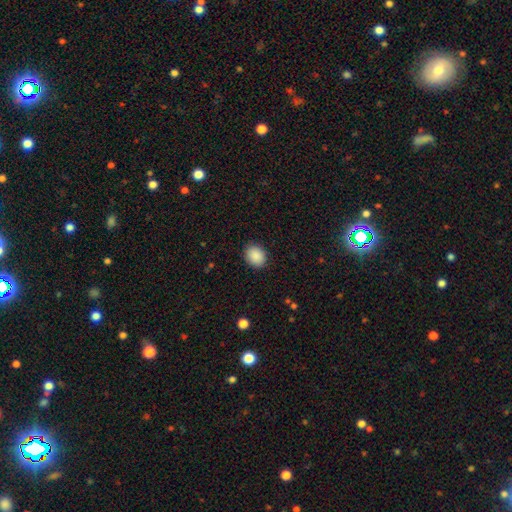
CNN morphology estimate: Overall: smooth (89%). How rounded: round (54%; in between 45%). Merging: none (89%).